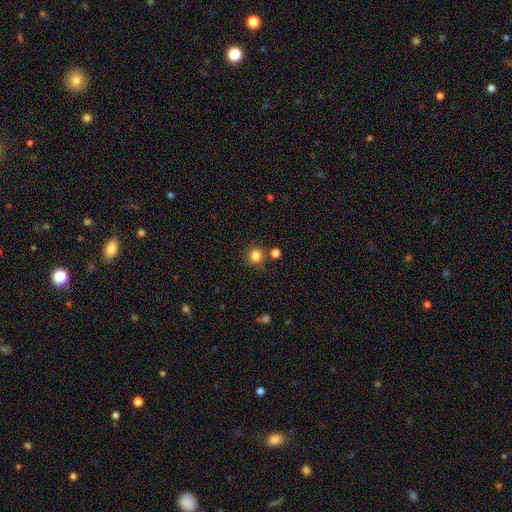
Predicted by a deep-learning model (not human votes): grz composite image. It shows a smooth galaxy with no disk features (82%) that is round (93%). Merging: none (81%).